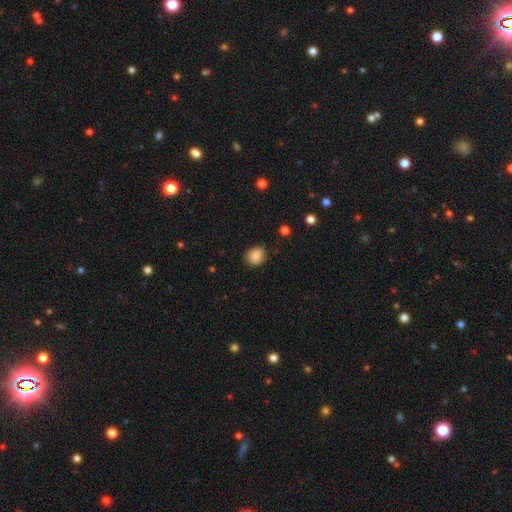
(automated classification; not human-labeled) Morphology: type=smooth (87%); roundness=round (67%); merging=none (81%).